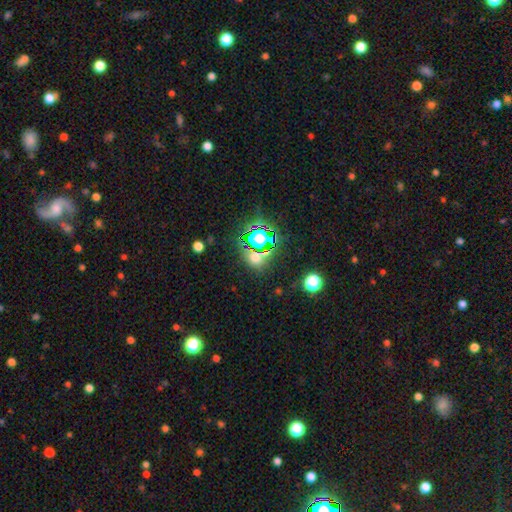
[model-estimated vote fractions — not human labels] Smooth or featured?
  - star or artifact: 69% *
  - smooth: 22%
  - featured or disk: 9%